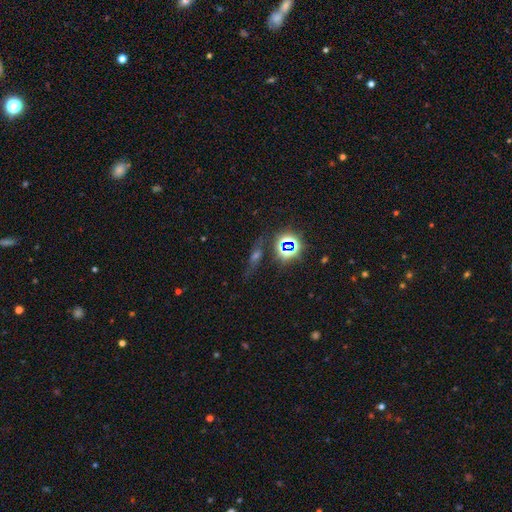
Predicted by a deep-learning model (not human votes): Overall: star or artifact (45%; featured or disk 32%).